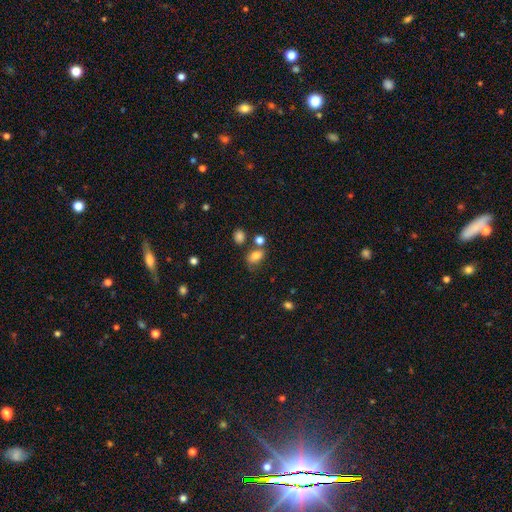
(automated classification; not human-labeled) smooth 79%, star or artifact 12%, featured or disk 9%. Down the decision tree: how rounded — in between (78%); merging — none (55%).